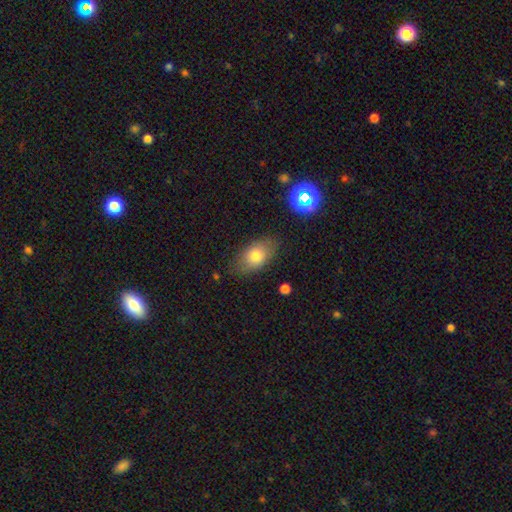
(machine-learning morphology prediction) Smooth or featured? Predicted: smooth (p=0.75). How rounded? Predicted: in between (p=0.84). Merging? Predicted: none (p=0.78).